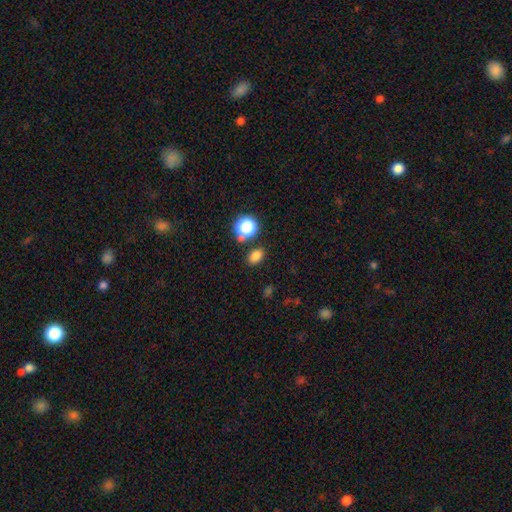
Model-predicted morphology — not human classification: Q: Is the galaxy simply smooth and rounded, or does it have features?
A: smooth — 79%.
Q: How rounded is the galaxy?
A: in between — 70%.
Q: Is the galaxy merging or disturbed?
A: none — 78%.